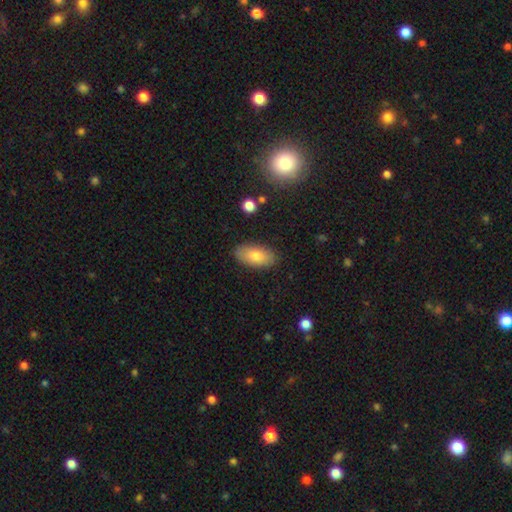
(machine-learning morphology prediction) The model was most divided on "smooth or featured": smooth: 79%, featured or disk: 14%, star or artifact: 7%. More confident: how rounded — in between (92%); merging — none (87%).